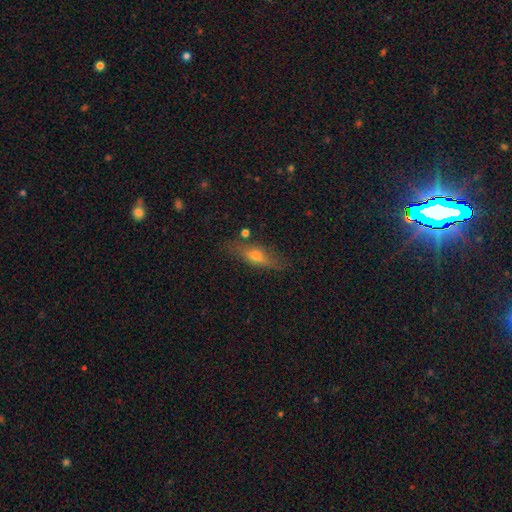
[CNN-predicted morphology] Smooth or featured? Predicted: featured or disk (p=0.48). Merging? Predicted: none (p=0.80).